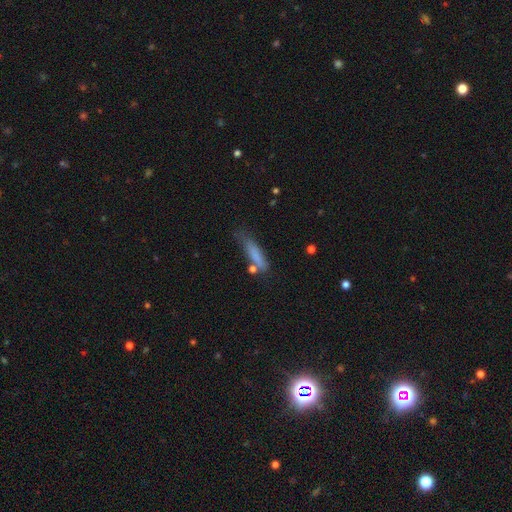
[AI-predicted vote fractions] A smooth galaxy with no disk features (76%) that is cigar-shaped (75%). Merging: none (54%).